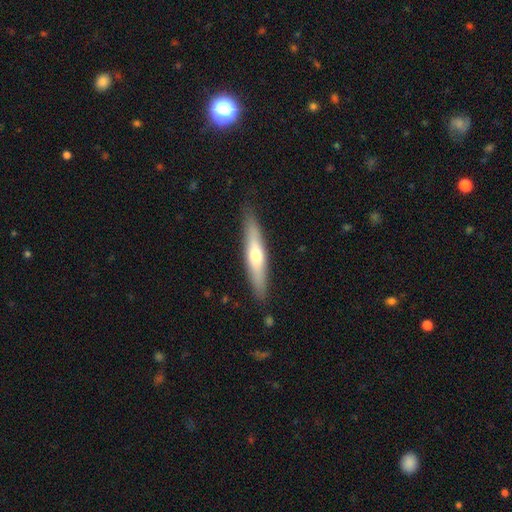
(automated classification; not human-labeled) Q: Smooth or featured?
A: featured or disk (49%); runner-up: smooth (45%)
Q: Merging?
A: none (88%); runner-up: minor disturbance (9%)